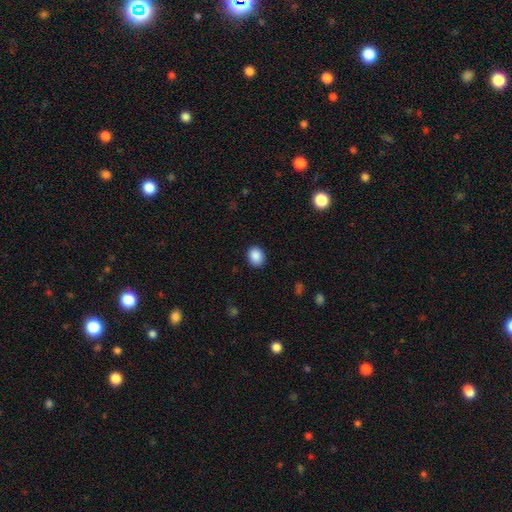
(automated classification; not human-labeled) Smooth or featured: smooth — 89% (star or artifact — 8%)
How rounded: round — 50% (in between — 49%)
Merging: none — 89% (minor disturbance — 7%)